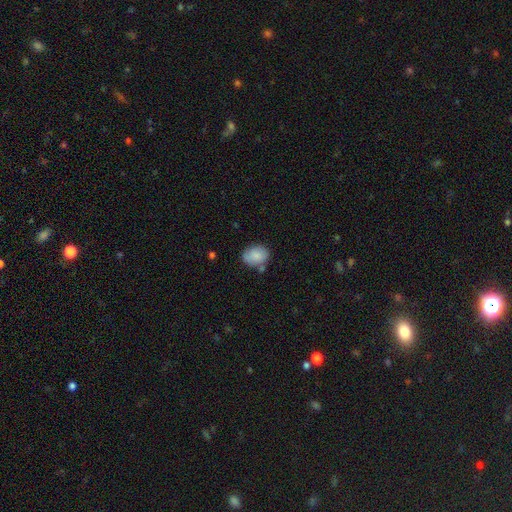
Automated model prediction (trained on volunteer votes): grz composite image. It shows a smooth galaxy with no disk features (85%) that is in between round and cigar-shaped (67%). Merging: none (66%).